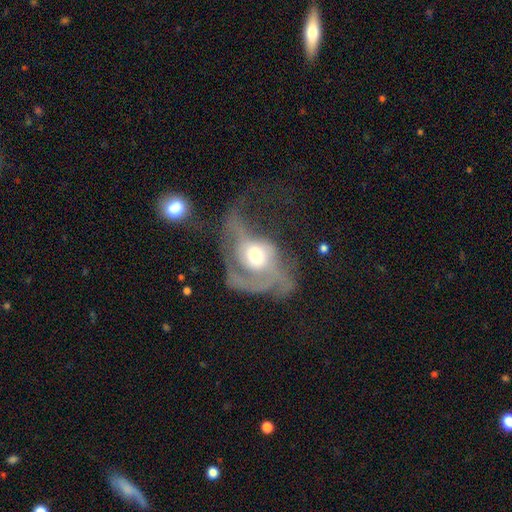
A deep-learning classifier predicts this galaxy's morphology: featured or disk 69%, smooth 24%, star or artifact 8%. Down the decision tree: edge-on disk — no (95%); bar — no (76%); spiral arms — yes (67%); bulge size — moderate (57%); merging — major disturbance (64%).